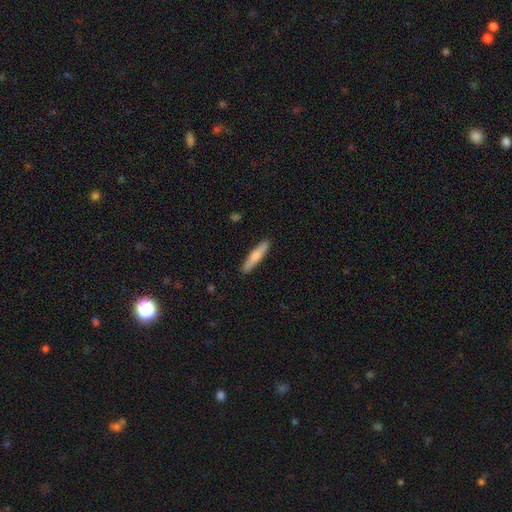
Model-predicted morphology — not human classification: smooth-or-featured: smooth: 69% | featured or disk: 26% | star or artifact: 5%
  how-rounded: cigar-shaped: 87% | in between: 12% | round: 1%
  merging: none: 89% | minor disturbance: 8% | major disturbance: 2% | merger: 1%